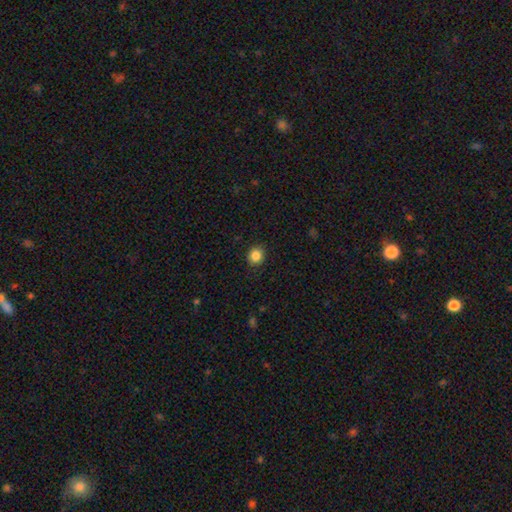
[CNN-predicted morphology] Smooth or featured: smooth — 85% (star or artifact — 10%)
How rounded: round — 84% (in between — 15%)
Merging: none — 91% (minor disturbance — 6%)